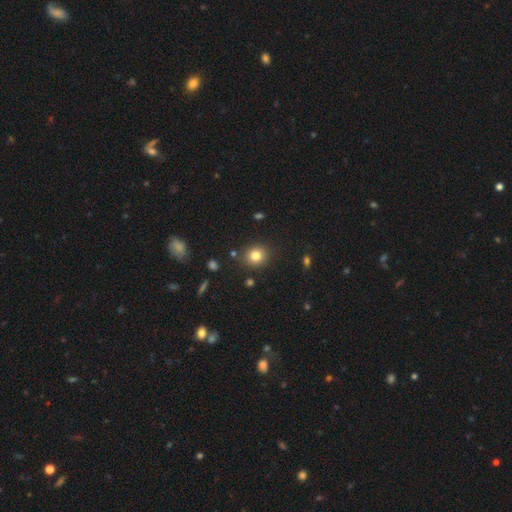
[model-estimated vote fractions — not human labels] smooth-or-featured: smooth: 81% | star or artifact: 12% | featured or disk: 7%
  how-rounded: round: 85% | in between: 14% | cigar-shaped: 1%
  merging: none: 87% | minor disturbance: 8% | merger: 3% | major disturbance: 2%